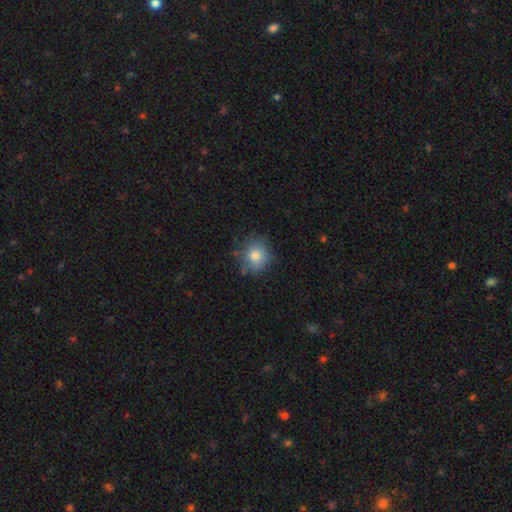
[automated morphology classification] Overall: smooth (77%). How rounded: round (78%). Merging: none (69%).